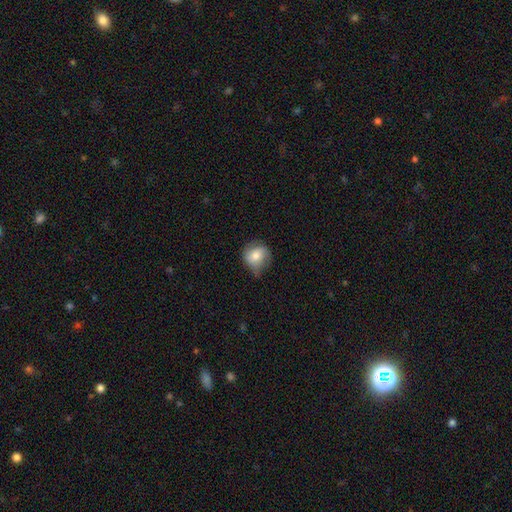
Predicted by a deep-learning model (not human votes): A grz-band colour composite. It shows a smooth galaxy with no disk features (69%) that is round (74%). Merging: none (53%).